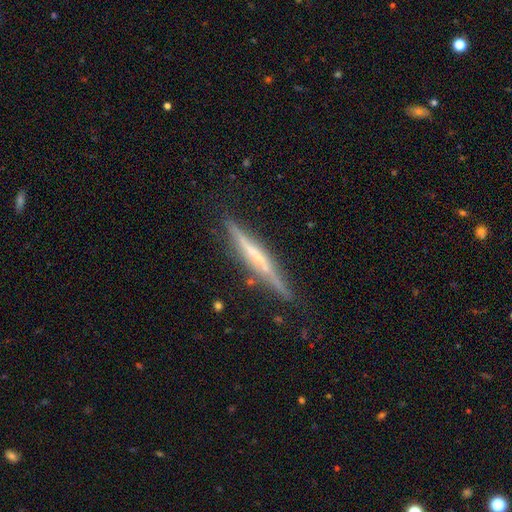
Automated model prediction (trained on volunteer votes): smooth-or-featured: featured or disk: 74% | smooth: 19% | star or artifact: 6%
  disk-edge-on: yes: 97% | no: 3%
    edge-on-bulge: none: 53% | rounded: 36% | boxy: 11%
  merging: none: 83% | minor disturbance: 12% | major disturbance: 3% | merger: 2%